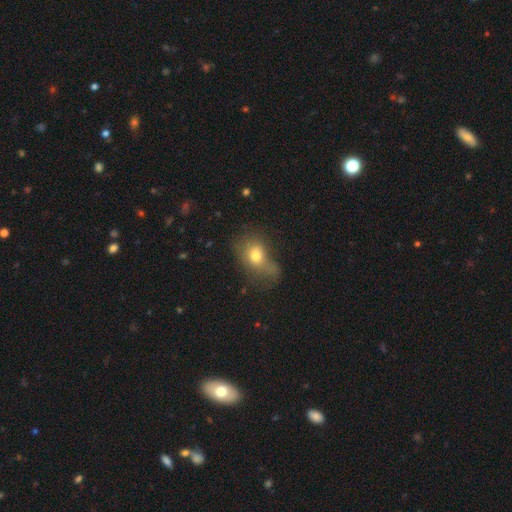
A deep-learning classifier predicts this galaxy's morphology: Smooth or featured: smooth — 70% (featured or disk — 18%)
How rounded: in between — 62% (round — 36%)
Merging: major disturbance — 37% (none — 29%)